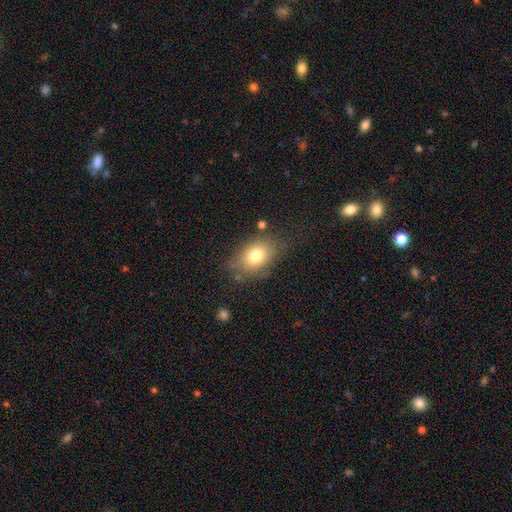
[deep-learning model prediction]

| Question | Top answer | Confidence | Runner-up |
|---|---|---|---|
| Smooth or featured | smooth | 76% | featured or disk (14%) |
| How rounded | in between | 76% | round (22%) |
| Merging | none | 71% | minor disturbance (19%) |